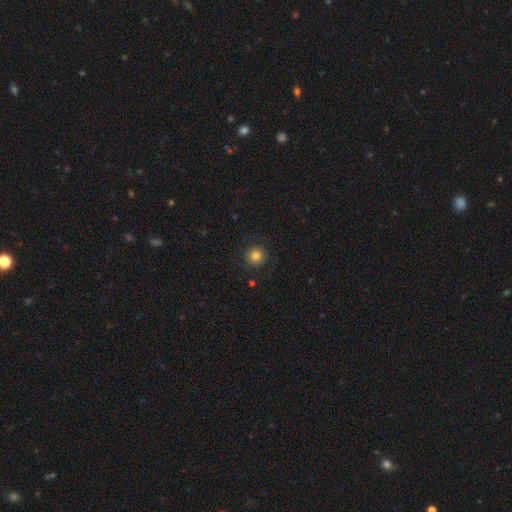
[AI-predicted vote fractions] This appears to be a smooth galaxy with no disk features (81%) that is round (94%). Merging: none (89%).